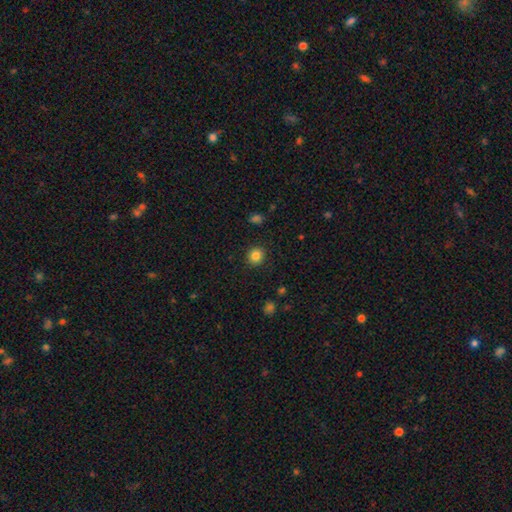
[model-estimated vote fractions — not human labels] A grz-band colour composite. It shows a smooth galaxy with no disk features (84%) that is round (86%). Merging: none (91%).